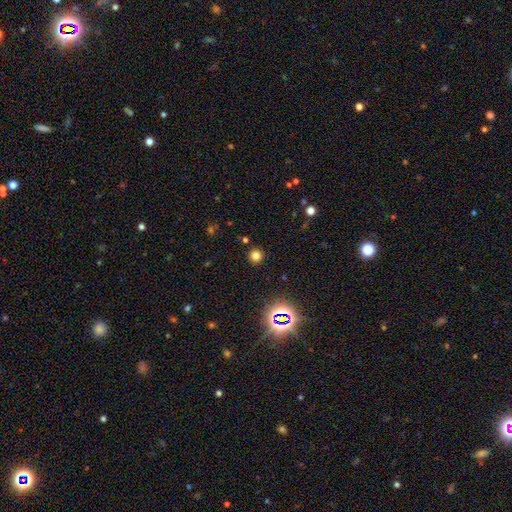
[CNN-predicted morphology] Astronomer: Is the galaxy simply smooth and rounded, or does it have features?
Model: smooth — 74%.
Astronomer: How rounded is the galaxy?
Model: round — 94%.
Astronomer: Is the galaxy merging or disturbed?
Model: none — 90%.